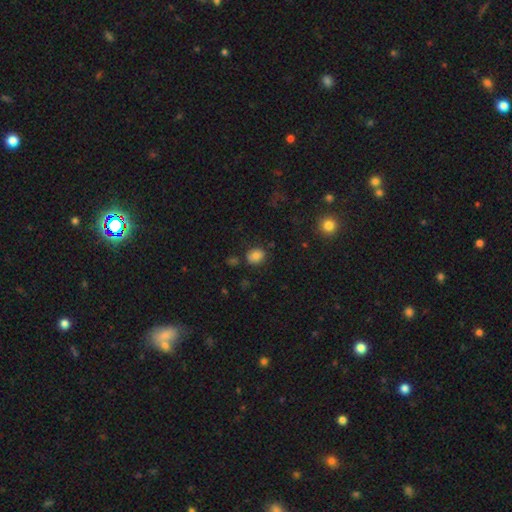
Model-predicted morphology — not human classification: This is clearly a smooth galaxy (81%). How rounded: likely round (60%). Merging: likely none (78%).